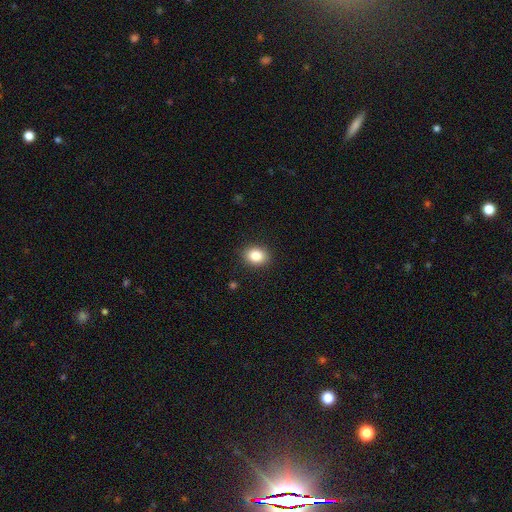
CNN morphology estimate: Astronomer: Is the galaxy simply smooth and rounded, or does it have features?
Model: smooth — 85%.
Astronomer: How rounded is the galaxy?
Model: in between — 55% (runner-up: round, 44%).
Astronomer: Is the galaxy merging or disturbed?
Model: none — 89%.